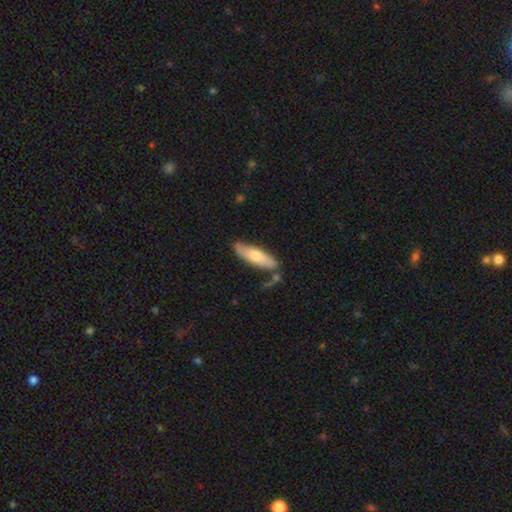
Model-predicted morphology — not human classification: Overall: smooth (66%; featured or disk 29%). How rounded: cigar-shaped (60%; in between 38%). Merging: none (75%).